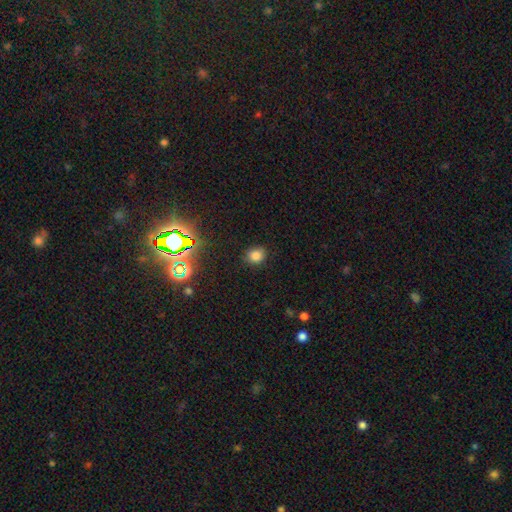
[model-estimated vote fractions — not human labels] Smooth or featured: smooth — 78% (star or artifact — 17%)
How rounded: round — 63% (in between — 36%)
Merging: none — 86% (minor disturbance — 10%)